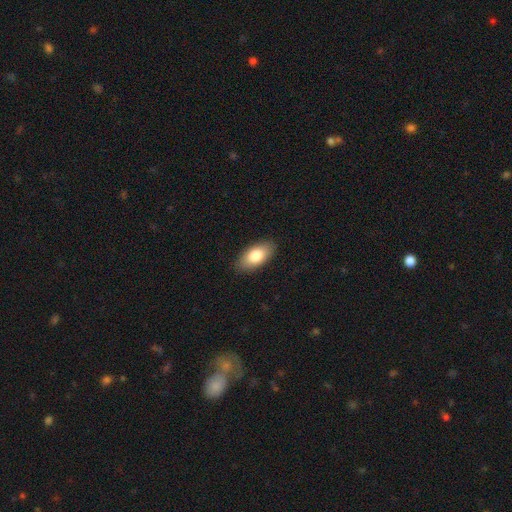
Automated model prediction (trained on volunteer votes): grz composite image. It shows a smooth galaxy with no disk features (81%) that is in between round and cigar-shaped (93%). Merging: none (87%).